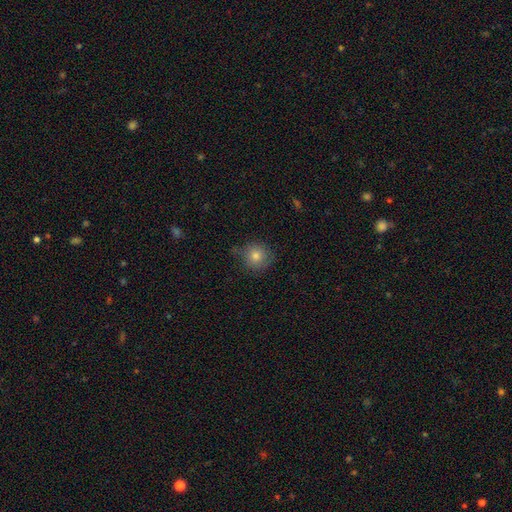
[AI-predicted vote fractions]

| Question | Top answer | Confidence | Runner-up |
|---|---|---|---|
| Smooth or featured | smooth | 76% | star or artifact (12%) |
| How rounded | round | 92% | in between (7%) |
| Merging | none | 77% | minor disturbance (18%) |